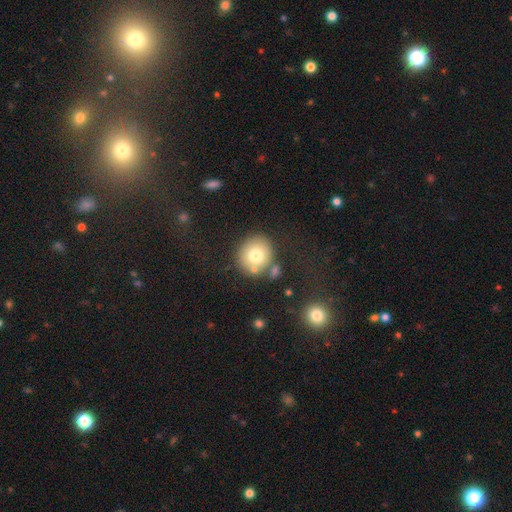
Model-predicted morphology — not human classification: A smooth galaxy with no disk features (75%) that is round (88%).

Vote fractions:
- Smooth or featured? smooth: 75% / featured or disk: 14% / star or artifact: 11%
- How rounded? round: 88% / in between: 11% / cigar-shaped: 1%
- Merging? none: 74% / merger: 12% / minor disturbance: 11% / major disturbance: 4%